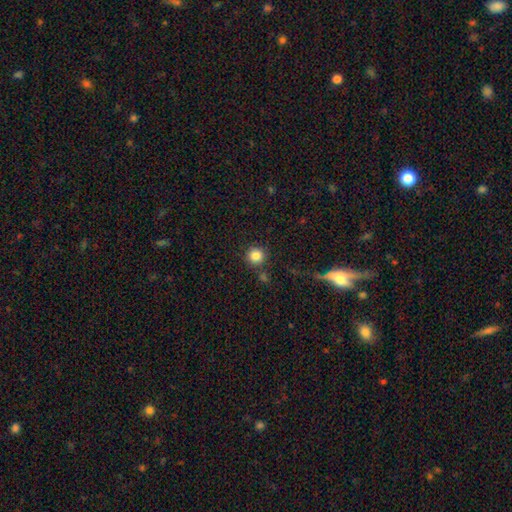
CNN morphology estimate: A smooth galaxy with no disk features (84%) that is round (94%). Merging: none (83%).